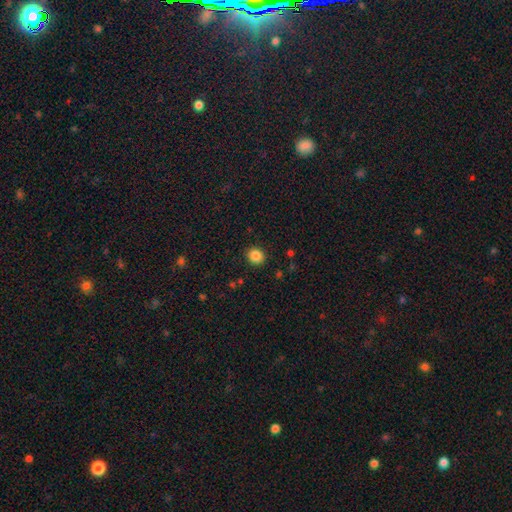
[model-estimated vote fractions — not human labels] smooth 86%, star or artifact 11%, featured or disk 4%. Down the decision tree: how rounded — round (77%); merging — none (90%).